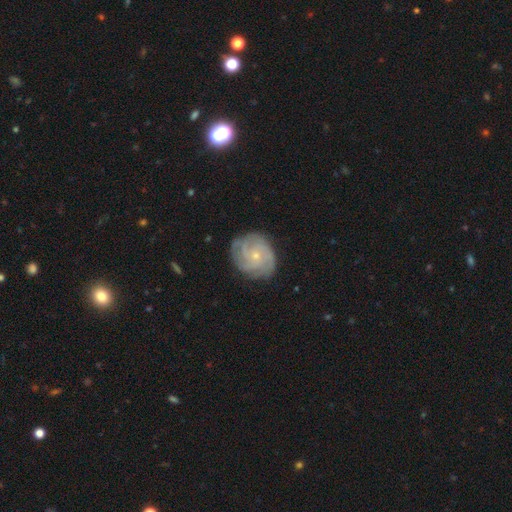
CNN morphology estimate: This is likely a featured or disk galaxy (80%). It is clearly not viewed edge-on (98%). Bar: likely no (79%). Spiral arm pattern: clearly yes (95%). Spiral arm count: marginally 3 (27%). Spiral winding: likely tight (64%). Central bulge: likely small (76%). Merging: likely none (79%).